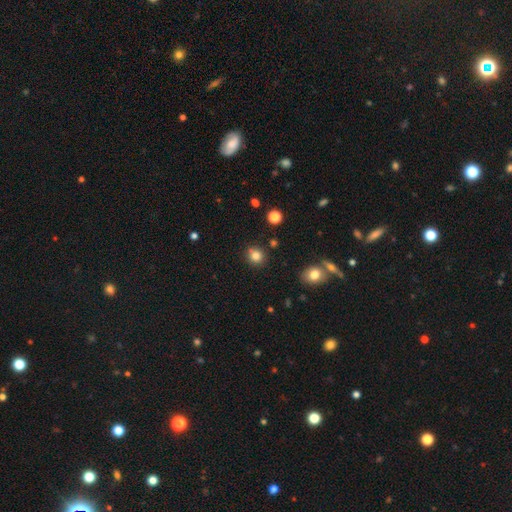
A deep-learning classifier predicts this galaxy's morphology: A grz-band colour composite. It shows a smooth galaxy with no disk features (82%) that is round (83%). Merging: none (83%).